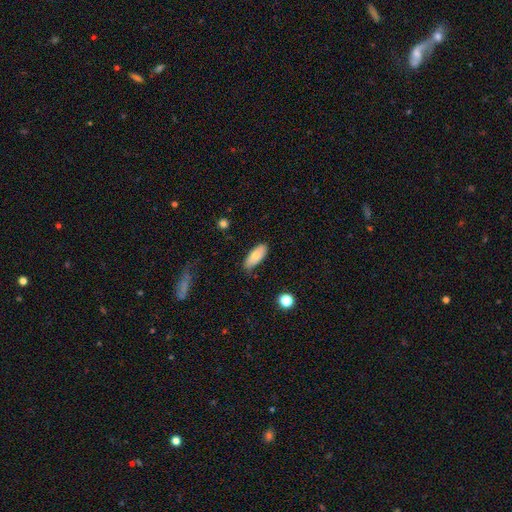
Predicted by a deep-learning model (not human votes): Smooth or featured? Predicted: smooth (p=0.72). How rounded? Predicted: in between (p=0.83). Merging? Predicted: none (p=0.80).